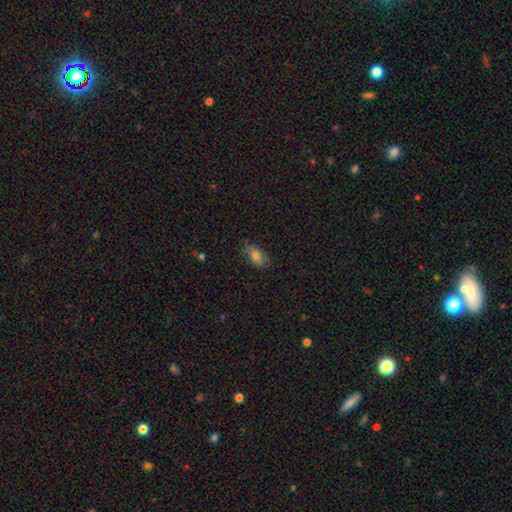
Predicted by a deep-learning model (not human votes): The model was most divided on "merging": none: 75%, minor disturbance: 20%, major disturbance: 4%, merger: 1%. More confident: how rounded — in between (89%); smooth or featured — smooth (78%).